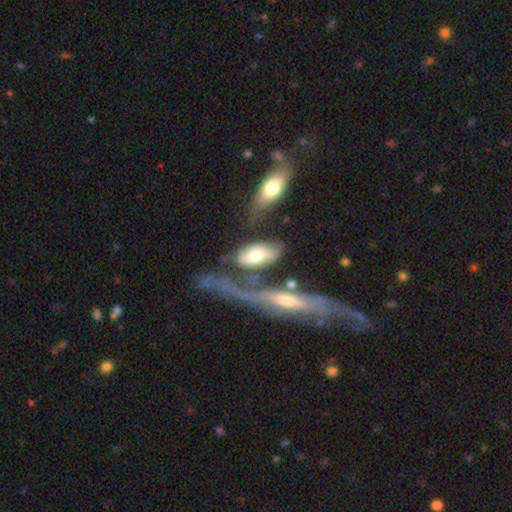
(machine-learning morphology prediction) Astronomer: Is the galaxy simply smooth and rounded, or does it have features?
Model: smooth — 53% (runner-up: featured or disk, 40%).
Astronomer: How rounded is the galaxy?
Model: in between — 87%.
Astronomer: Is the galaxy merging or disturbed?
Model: merger — 37% (runner-up: none, 28%).